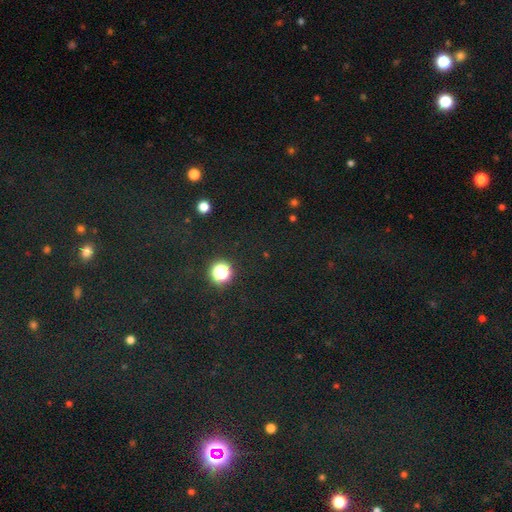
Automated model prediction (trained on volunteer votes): Morphology: type=star or artifact (75%).